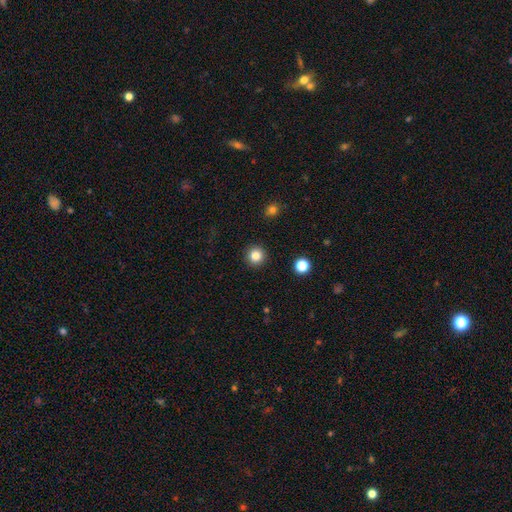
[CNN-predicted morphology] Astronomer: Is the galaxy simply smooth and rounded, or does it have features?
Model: smooth — 83%.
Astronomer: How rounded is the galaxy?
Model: round — 95%.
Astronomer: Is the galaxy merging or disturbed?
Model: none — 92%.